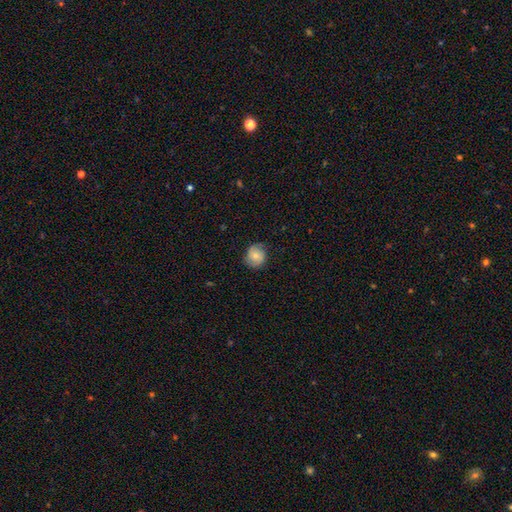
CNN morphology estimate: type=smooth (65%); roundness=round (78%); merging=none (74%).